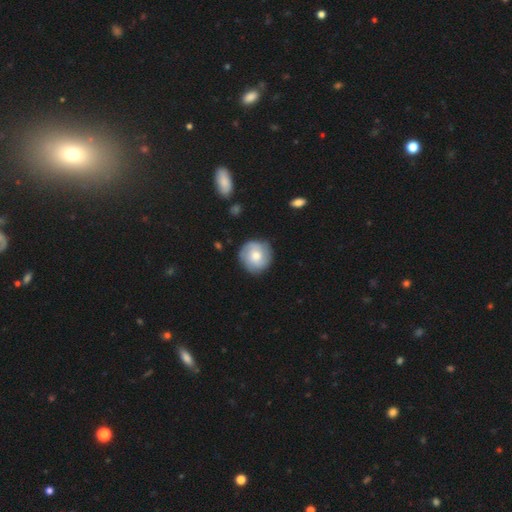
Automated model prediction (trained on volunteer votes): Smooth or featured?
  - smooth: 49% *
  - featured or disk: 45%
  - star or artifact: 6%
Merging?
  - none: 83% *
  - minor disturbance: 12%
  - major disturbance: 3%
  - merger: 1%